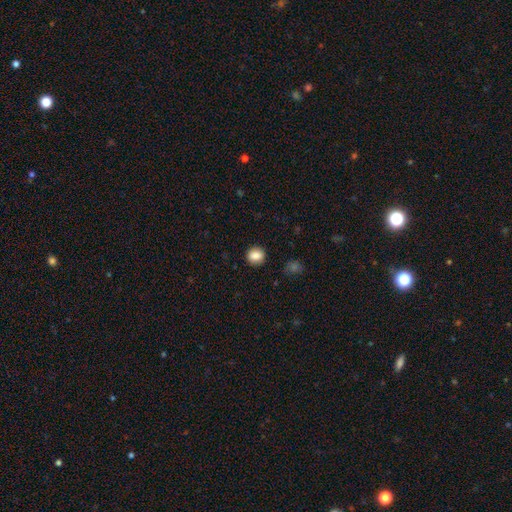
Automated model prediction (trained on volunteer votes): A smooth galaxy with no disk features (85%) that is round (77%).

Vote fractions:
- Smooth or featured? smooth: 85% / star or artifact: 9% / featured or disk: 5%
- How rounded? round: 77% / in between: 22% / cigar-shaped: 1%
- Merging? none: 89% / minor disturbance: 8% / major disturbance: 2% / merger: 1%